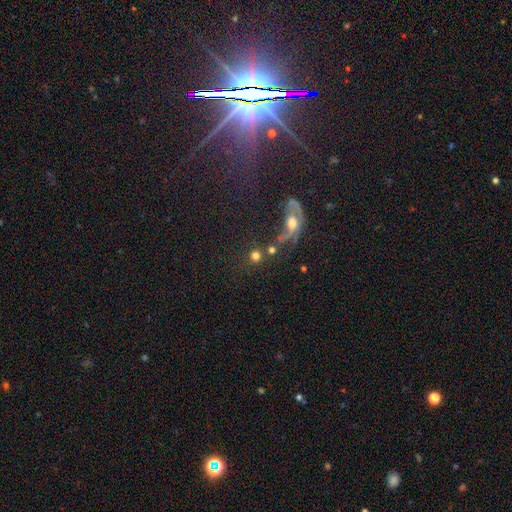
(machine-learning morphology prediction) smooth 74%, star or artifact 14%, featured or disk 12%. Down the decision tree: how rounded — round (90%); merging — none (65%).